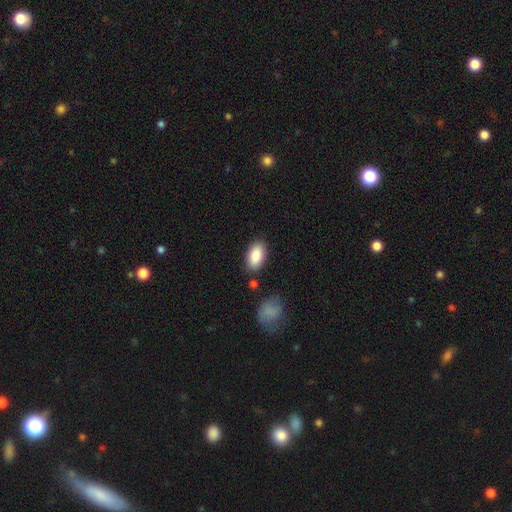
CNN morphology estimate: smooth 88%, star or artifact 6%, featured or disk 6%. Down the decision tree: how rounded — in between (94%); merging — none (82%).